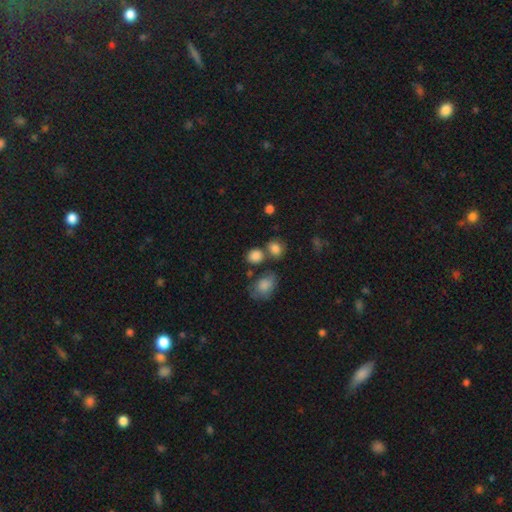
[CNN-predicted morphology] A smooth galaxy with no disk features (83%) that is round (66%).

Vote fractions:
- Smooth or featured? smooth: 83% / star or artifact: 11% / featured or disk: 6%
- How rounded? round: 66% / in between: 32% / cigar-shaped: 1%
- Merging? none: 62% / merger: 21% / minor disturbance: 13% / major disturbance: 5%